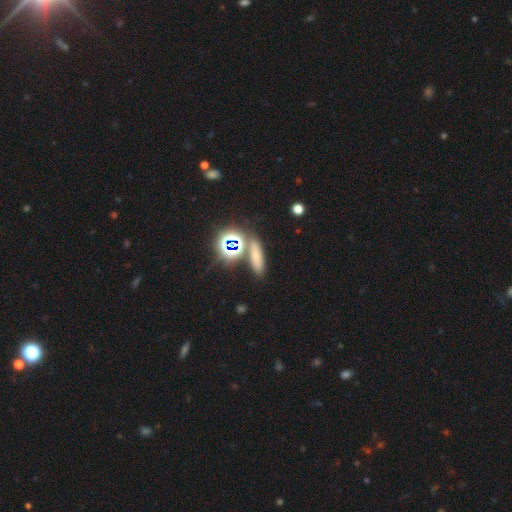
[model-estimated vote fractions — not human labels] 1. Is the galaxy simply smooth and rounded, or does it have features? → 59% smooth, 30% star or artifact, 11% featured or disk.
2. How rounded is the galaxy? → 45% cigar-shaped, 37% in between, 18% round.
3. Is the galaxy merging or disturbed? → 76% none, 11% merger, 9% minor disturbance, 4% major disturbance.